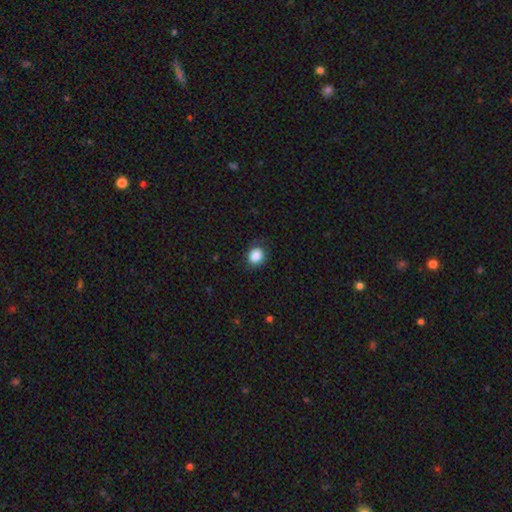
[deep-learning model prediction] A smooth galaxy with no disk features (87%) that is round (68%). Merging: none (79%).